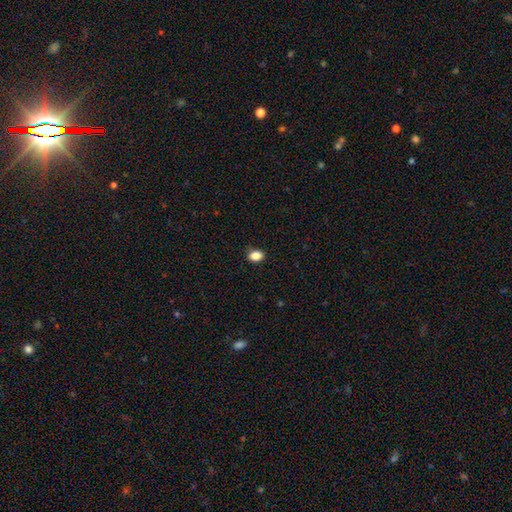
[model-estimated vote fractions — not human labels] A smooth galaxy with no disk features (87%) that is in between round and cigar-shaped (68%). Merging: none (87%).